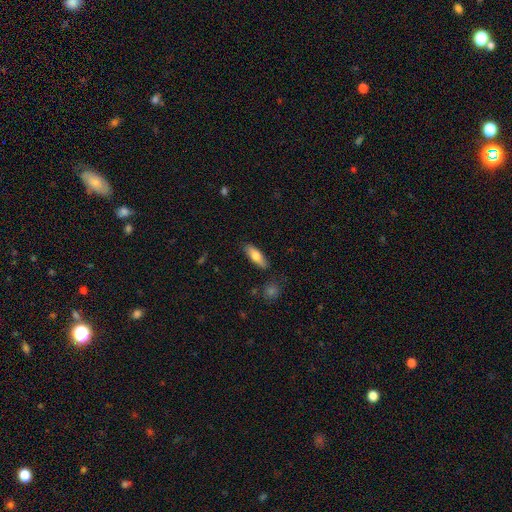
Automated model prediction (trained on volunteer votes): This is likely a smooth galaxy (72%). How rounded: likely in between (62%). Merging: clearly none (85%).